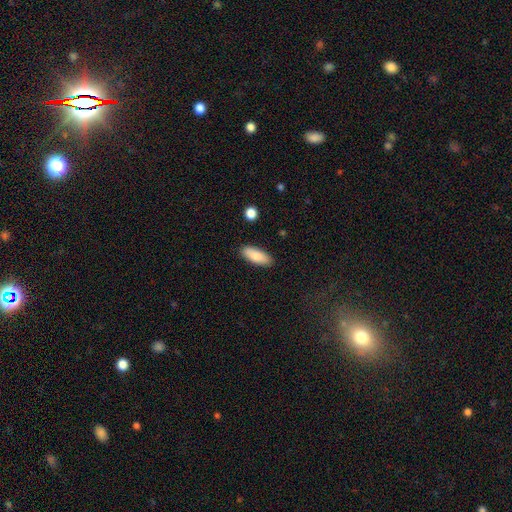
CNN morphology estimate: Smooth or featured?
  - smooth: 85% *
  - featured or disk: 9%
  - star or artifact: 6%
How rounded?
  - in between: 76% *
  - cigar-shaped: 22%
  - round: 2%
Merging?
  - none: 88% *
  - minor disturbance: 9%
  - major disturbance: 2%
  - merger: 1%